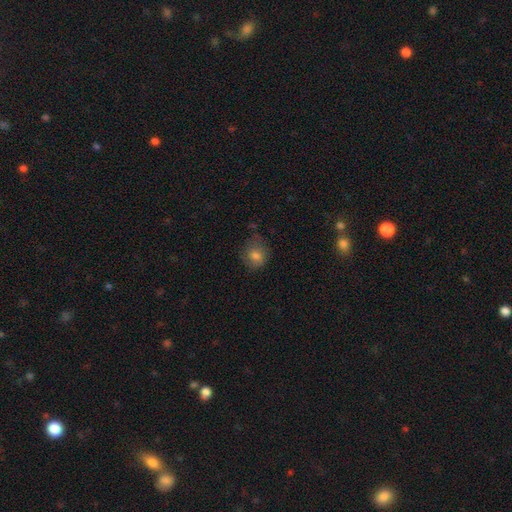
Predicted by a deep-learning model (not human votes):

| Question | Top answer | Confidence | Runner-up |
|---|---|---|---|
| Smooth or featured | smooth | 76% | featured or disk (13%) |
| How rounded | round | 66% | in between (33%) |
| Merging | none | 61% | minor disturbance (26%) |